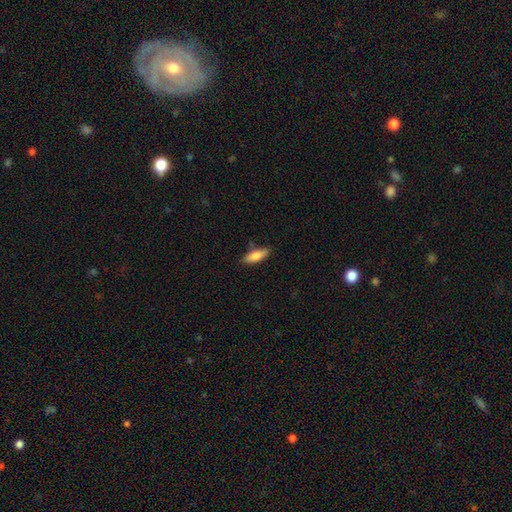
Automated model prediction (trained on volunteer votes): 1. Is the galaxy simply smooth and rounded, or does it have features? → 81% smooth, 13% featured or disk, 6% star or artifact.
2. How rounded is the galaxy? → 64% in between, 34% cigar-shaped, 2% round.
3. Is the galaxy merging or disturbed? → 80% none, 14% minor disturbance, 3% merger, 3% major disturbance.